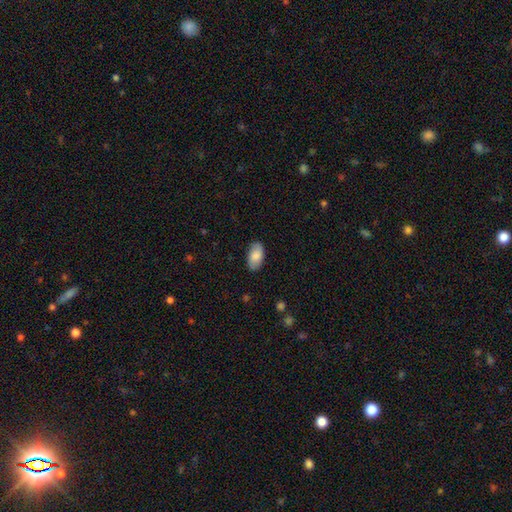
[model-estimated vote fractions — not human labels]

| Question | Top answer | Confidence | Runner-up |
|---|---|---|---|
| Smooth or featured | smooth | 82% | featured or disk (12%) |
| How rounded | in between | 95% | round (3%) |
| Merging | none | 84% | minor disturbance (12%) |